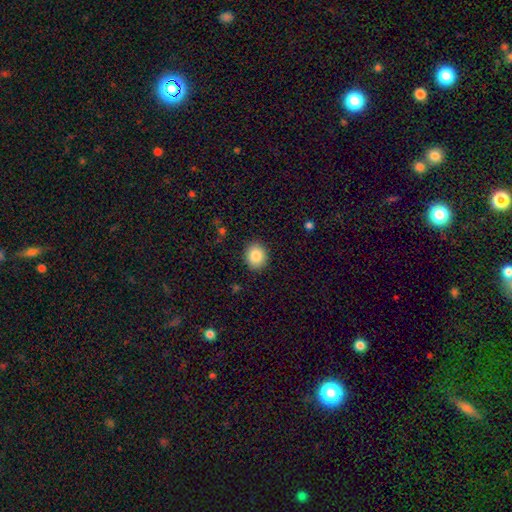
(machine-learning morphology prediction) smooth-or-featured: smooth: 86% | star or artifact: 9% | featured or disk: 5%
  how-rounded: round: 67% | in between: 32% | cigar-shaped: 1%
  merging: none: 89% | minor disturbance: 7% | major disturbance: 2% | merger: 1%